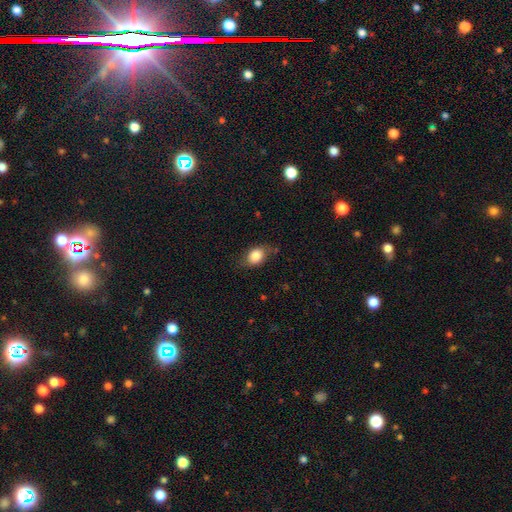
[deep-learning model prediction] smooth 83%, featured or disk 9%, star or artifact 8%. Down the decision tree: how rounded — in between (69%); merging — none (71%).